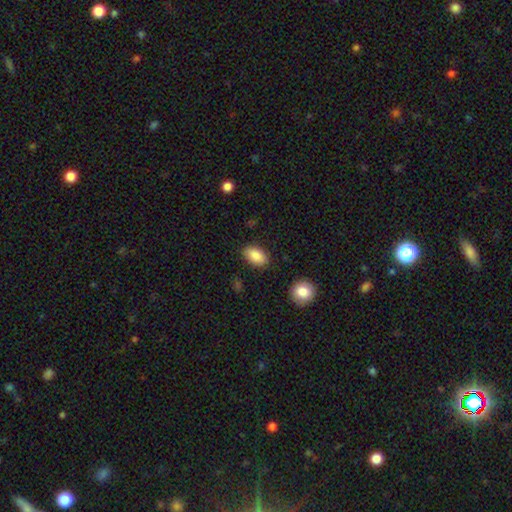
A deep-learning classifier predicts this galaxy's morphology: smooth-or-featured: smooth: 87% | star or artifact: 7% | featured or disk: 6%
  how-rounded: in between: 92% | round: 6% | cigar-shaped: 2%
  merging: none: 85% | minor disturbance: 10% | major disturbance: 3% | merger: 2%